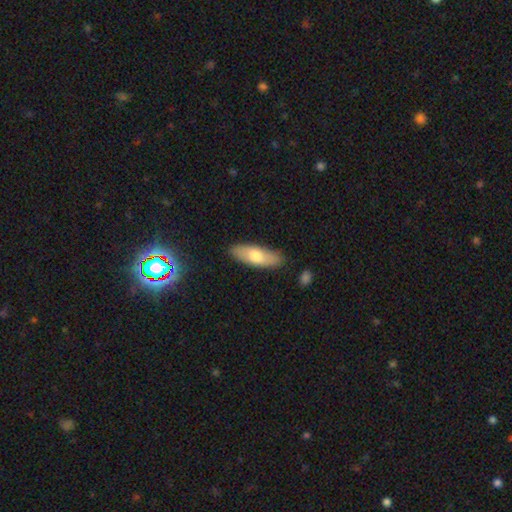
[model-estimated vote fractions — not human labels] smooth-or-featured: smooth: 65% | featured or disk: 27% | star or artifact: 7%
  how-rounded: in between: 61% | cigar-shaped: 36% | round: 2%
  merging: none: 86% | minor disturbance: 11% | major disturbance: 2% | merger: 2%